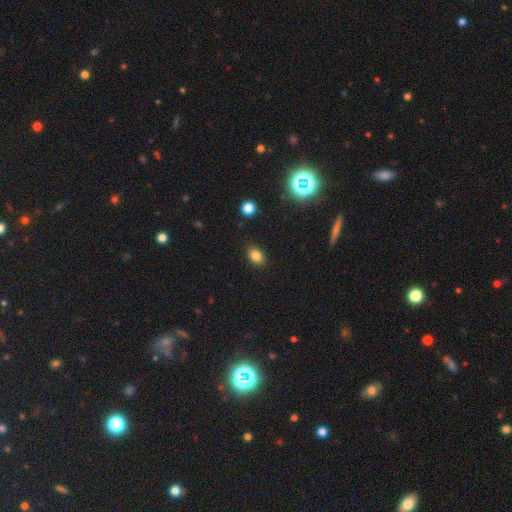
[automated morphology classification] A smooth galaxy with no disk features (81%) that is in between round and cigar-shaped (77%).

Vote fractions:
- Smooth or featured? smooth: 81% / star or artifact: 13% / featured or disk: 7%
- How rounded? in between: 77% / round: 22% / cigar-shaped: 1%
- Merging? none: 88% / minor disturbance: 9% / major disturbance: 2% / merger: 1%